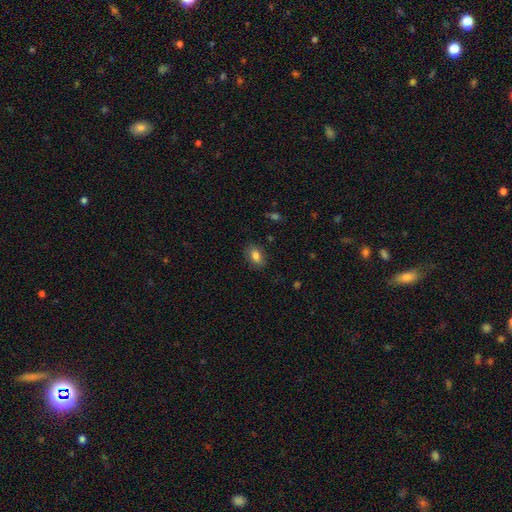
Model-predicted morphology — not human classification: Smooth or featured? smooth (84%)
How rounded? in between (86%)
Merging? none (83%)